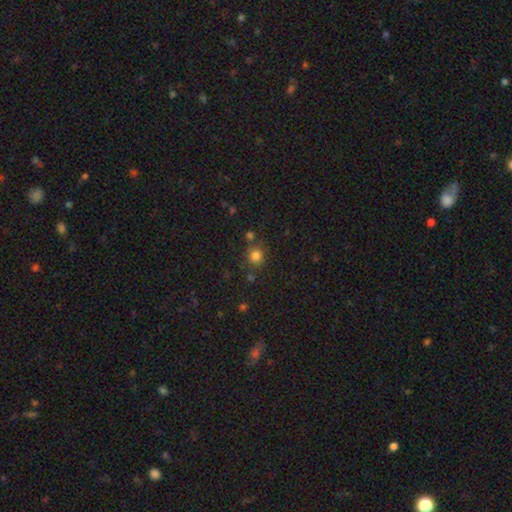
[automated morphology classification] smooth 80%, star or artifact 14%, featured or disk 6%. Down the decision tree: how rounded — round (87%); merging — none (75%).